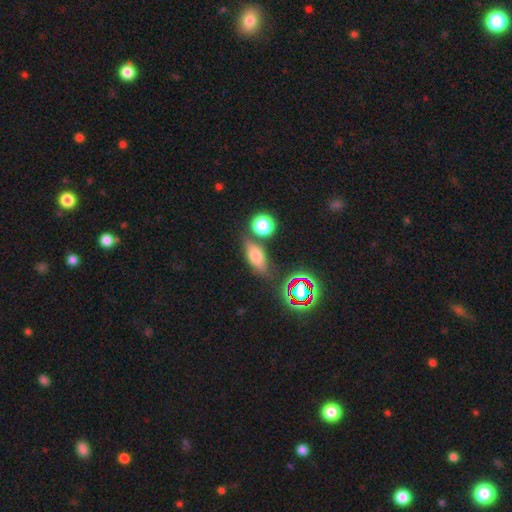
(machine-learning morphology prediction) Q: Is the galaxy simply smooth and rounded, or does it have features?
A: smooth — 65%.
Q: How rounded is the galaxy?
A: in between — 72%.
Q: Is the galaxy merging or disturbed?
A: none — 71%.